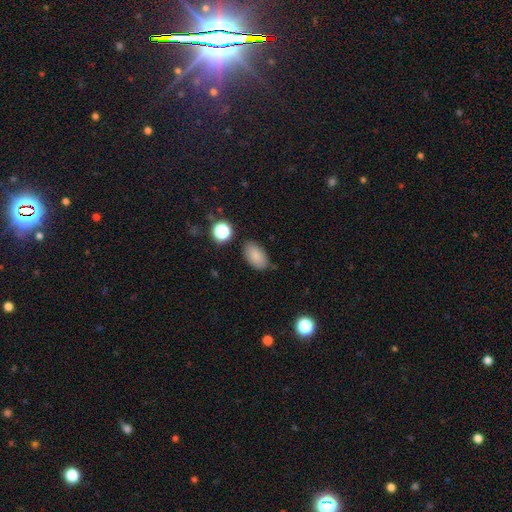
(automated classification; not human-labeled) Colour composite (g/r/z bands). It shows a smooth galaxy with no disk features (84%) that is in between round and cigar-shaped (91%). Merging: none (79%).